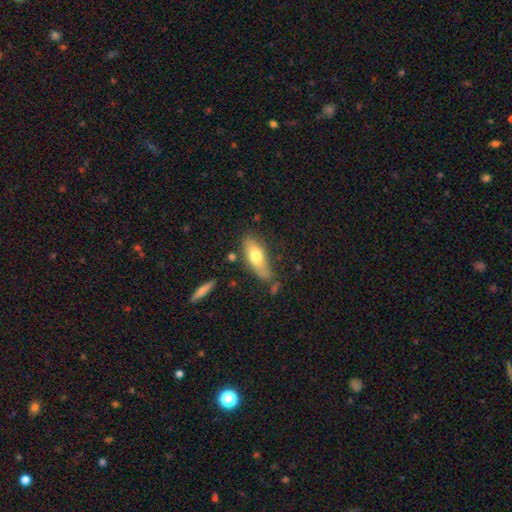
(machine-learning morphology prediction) smooth 65%, featured or disk 28%, star or artifact 6%. Down the decision tree: how rounded — in between (67%); merging — none (65%).